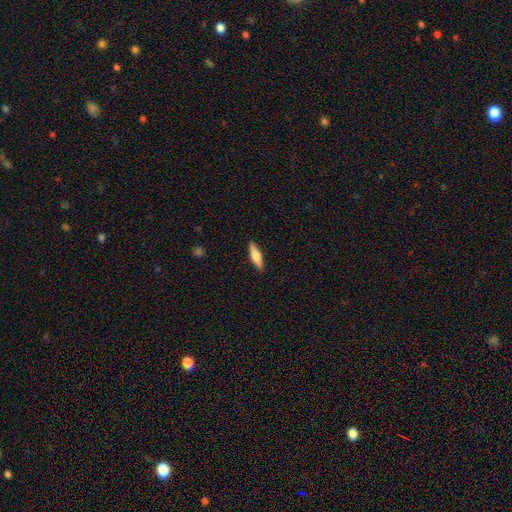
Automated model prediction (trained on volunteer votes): The model was most divided on "smooth or featured": smooth: 60%, featured or disk: 34%, star or artifact: 6%. More confident: merging — none (90%); how rounded — cigar-shaped (65%).